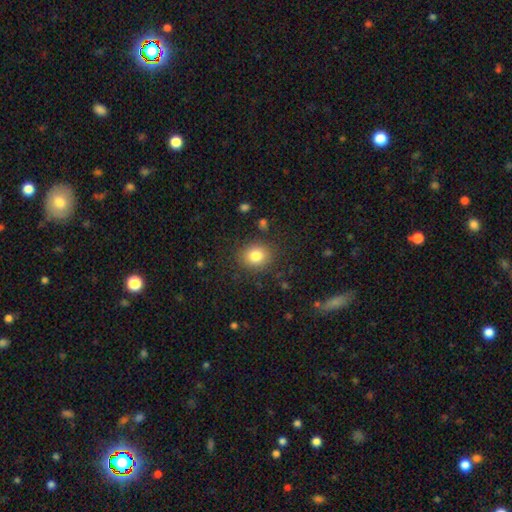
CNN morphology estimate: smooth_or_featured: smooth (p=0.82) [alt: star or artifact p=0.11]
how_rounded: round (p=0.71) [alt: in between p=0.28]
merging: none (p=0.86) [alt: minor disturbance p=0.09]